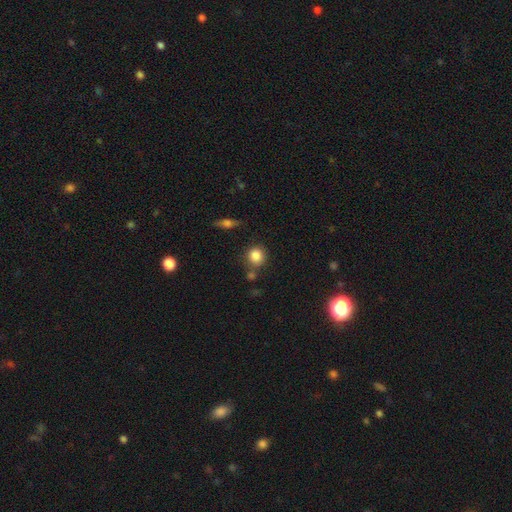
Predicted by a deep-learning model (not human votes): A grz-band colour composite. It shows a smooth galaxy with no disk features (85%) that is round (87%). Merging: none (74%).